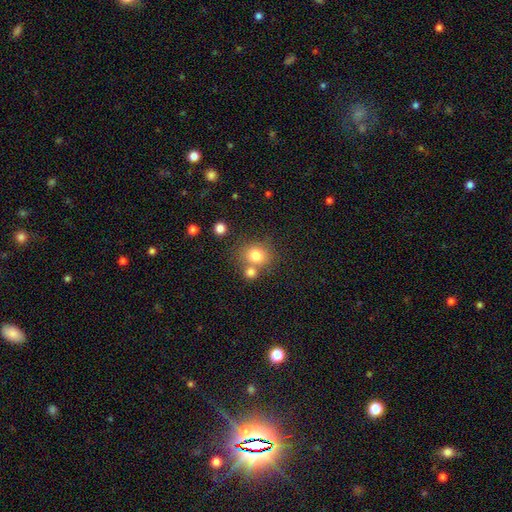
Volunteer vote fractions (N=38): Smooth or featured? smooth (76%)
How rounded? round (66%)
Merging? none (47%)